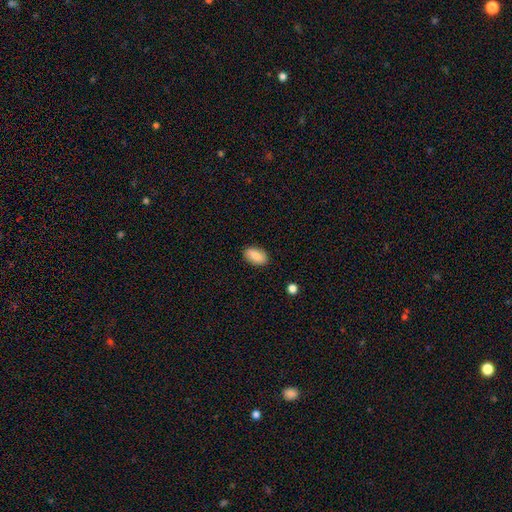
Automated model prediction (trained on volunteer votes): This appears to be a smooth galaxy with no disk features (87%) that is in between round and cigar-shaped (93%). Merging: none (86%).